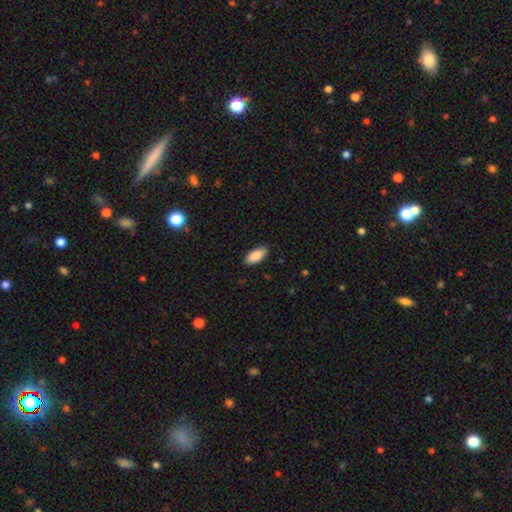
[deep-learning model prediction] This is clearly a smooth galaxy (88%). How rounded: clearly in between (90%). Merging: clearly none (84%).